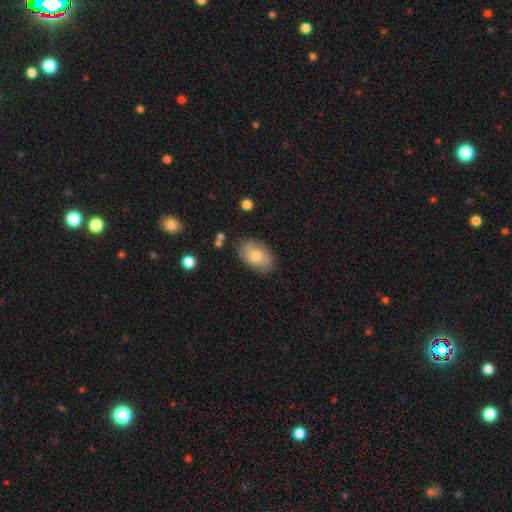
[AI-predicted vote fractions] A smooth galaxy with no disk features (74%) that is in between round and cigar-shaped (89%).

Vote fractions:
- Smooth or featured? smooth: 74% / featured or disk: 18% / star or artifact: 7%
- How rounded? in between: 89% / round: 10% / cigar-shaped: 1%
- Merging? none: 80% / minor disturbance: 15% / major disturbance: 3% / merger: 2%